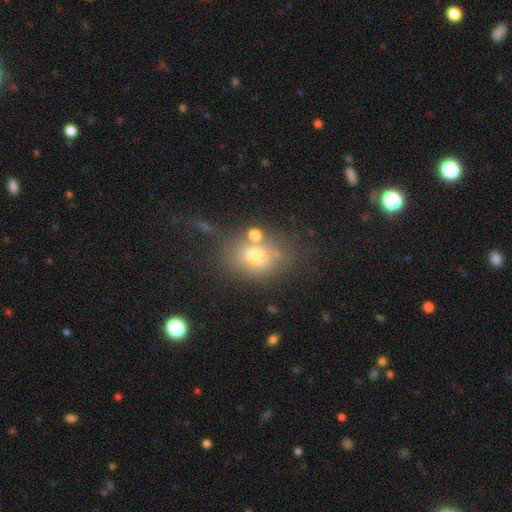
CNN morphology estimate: A smooth galaxy with no disk features (67%) that is in between round and cigar-shaped (62%).

Vote fractions:
- Smooth or featured? smooth: 67% / featured or disk: 19% / star or artifact: 14%
- How rounded? in between: 62% / round: 36% / cigar-shaped: 2%
- Merging? none: 56% / minor disturbance: 17% / merger: 16% / major disturbance: 11%